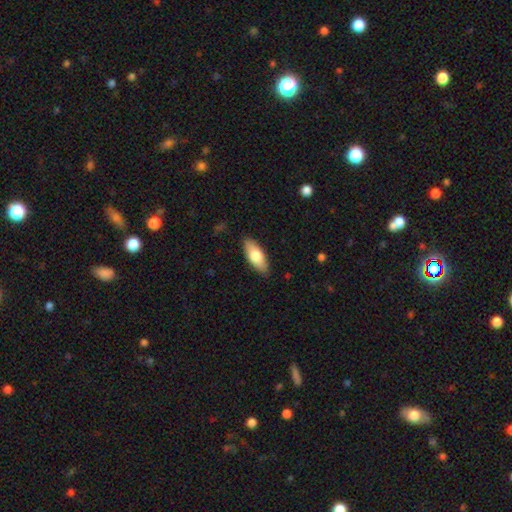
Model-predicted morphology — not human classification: type=smooth (72%); roundness=in between (79%); merging=none (87%).